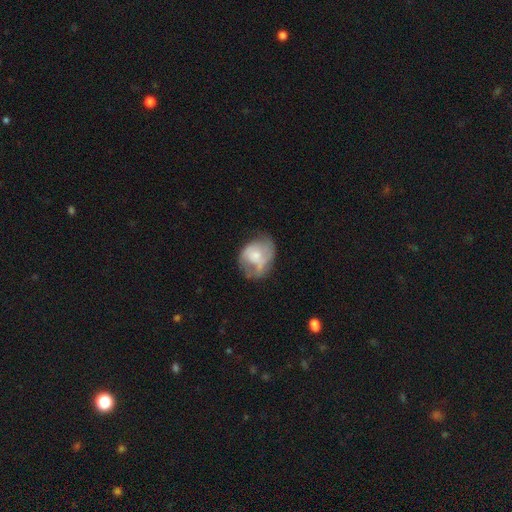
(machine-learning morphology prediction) This is possibly a featured or disk galaxy (48%). Merging: marginally none (39%).